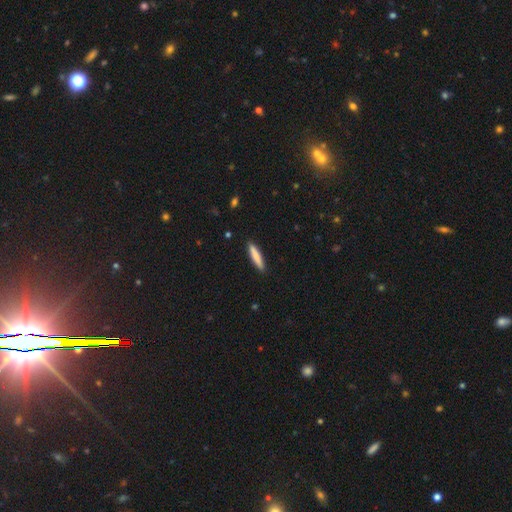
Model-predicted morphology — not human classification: A smooth galaxy with no disk features (80%) that is cigar-shaped (89%).

Vote fractions:
- Smooth or featured? smooth: 80% / featured or disk: 15% / star or artifact: 6%
- How rounded? cigar-shaped: 89% / in between: 10% / round: 1%
- Merging? none: 90% / minor disturbance: 7% / major disturbance: 1% / merger: 1%